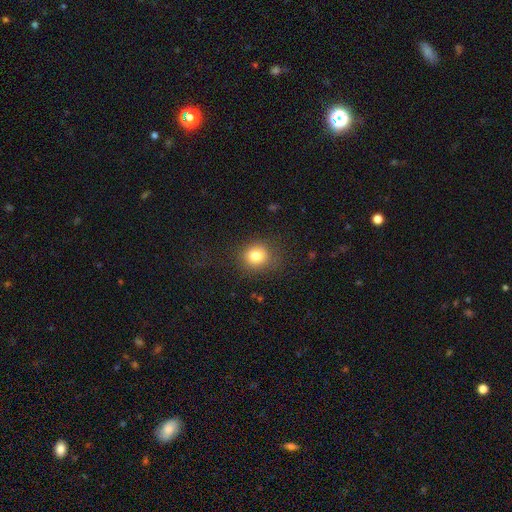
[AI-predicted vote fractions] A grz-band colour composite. It shows a smooth galaxy with no disk features (80%) that is round (80%). Merging: none (82%).